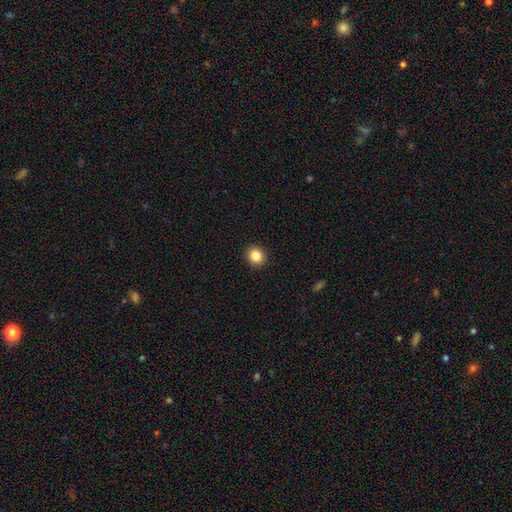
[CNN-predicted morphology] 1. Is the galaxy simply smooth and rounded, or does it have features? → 85% smooth, 10% star or artifact, 5% featured or disk.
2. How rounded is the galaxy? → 87% round, 12% in between, 1% cigar-shaped.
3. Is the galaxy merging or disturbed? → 93% none, 5% minor disturbance, 2% major disturbance, 1% merger.